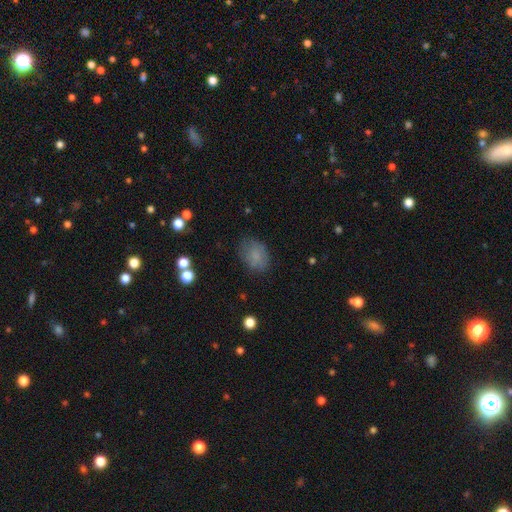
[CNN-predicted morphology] type=smooth (80%); roundness=in between (73%); merging=none (76%).